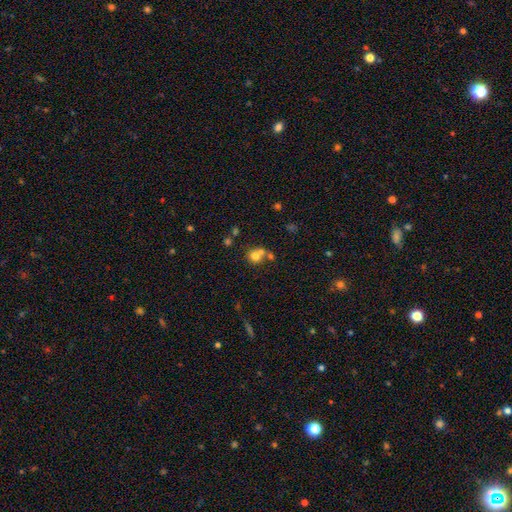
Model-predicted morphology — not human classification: Smooth or featured?
  - smooth: 72% *
  - star or artifact: 14%
  - featured or disk: 14%
How rounded?
  - round: 84% *
  - in between: 15%
  - cigar-shaped: 1%
Merging?
  - merger: 44% * (tied)
  - none: 44% * (tied)
  - minor disturbance: 8%
  - major disturbance: 4%